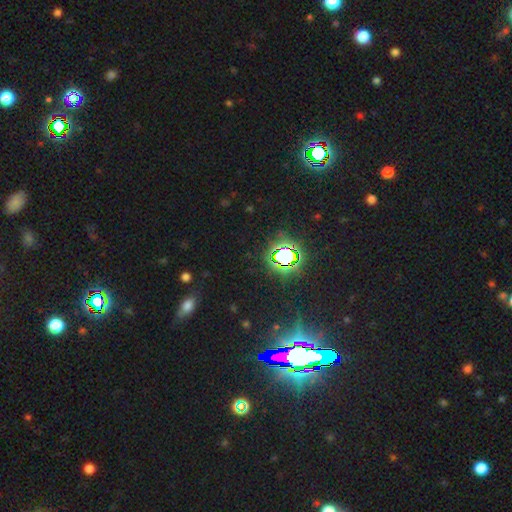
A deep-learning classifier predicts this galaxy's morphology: smooth_or_featured: star or artifact (p=0.81) [alt: smooth p=0.11]